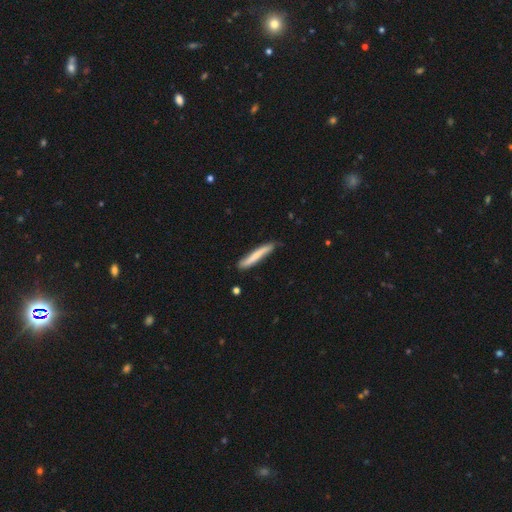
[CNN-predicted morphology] Smooth or featured? Predicted: smooth (p=0.64). How rounded? Predicted: cigar-shaped (p=0.94). Merging? Predicted: none (p=0.74).